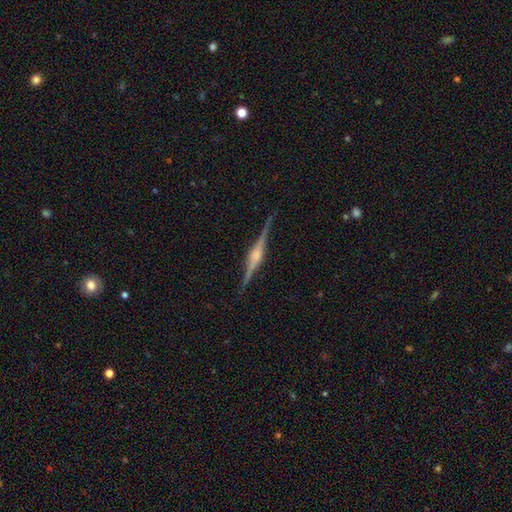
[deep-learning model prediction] A featured or disk galaxy (87%) viewed edge-on (98%) with a rounded central bulge (75%).

Vote fractions:
- Smooth or featured? featured or disk: 87% / smooth: 7% / star or artifact: 6%
- Edge-on disk? yes: 98% / no: 2%
- Edge-on bulge? rounded: 75% / boxy: 20% / none: 4%
- Merging? none: 90% / minor disturbance: 7% / major disturbance: 2% / merger: 1%